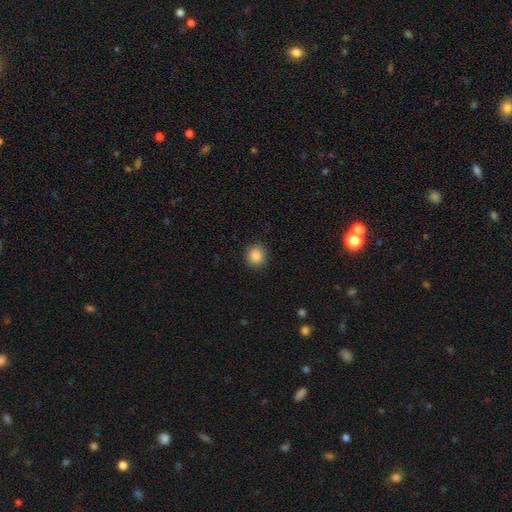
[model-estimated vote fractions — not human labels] smooth-or-featured: smooth: 86% | star or artifact: 10% | featured or disk: 4%
  how-rounded: round: 87% | in between: 12% | cigar-shaped: 1%
  merging: none: 90% | minor disturbance: 7% | major disturbance: 2% | merger: 1%